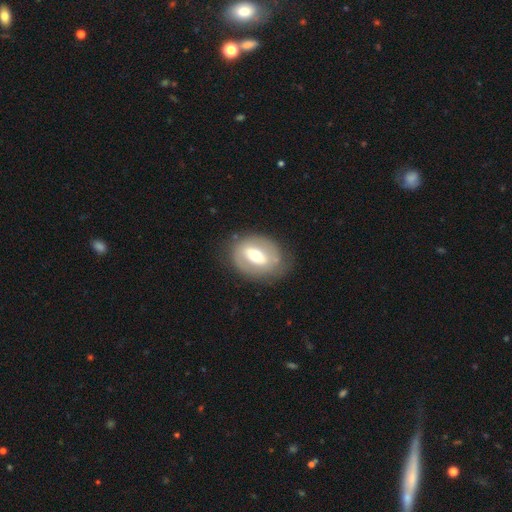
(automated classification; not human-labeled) Smooth or featured? featured or disk (60%)
Edge-on disk? no (93%)
Bar? strong (42%)
Spiral arms? no (54%)
Bulge size? moderate (67%)
Merging? none (74%)